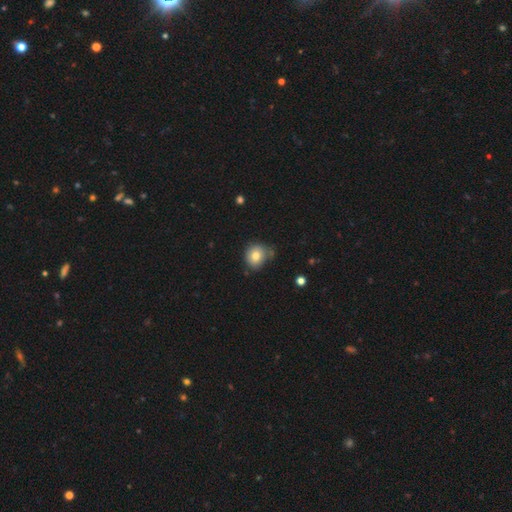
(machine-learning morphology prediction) Smooth or featured: smooth — 78% (featured or disk — 12%)
How rounded: round — 77% (in between — 22%)
Merging: none — 66% (minor disturbance — 23%)